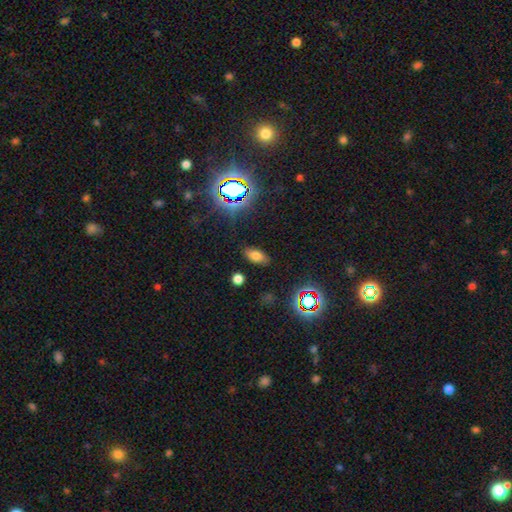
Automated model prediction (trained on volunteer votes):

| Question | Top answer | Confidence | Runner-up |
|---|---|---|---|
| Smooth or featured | smooth | 70% | star or artifact (20%) |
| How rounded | in between | 89% | round (5%) |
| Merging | none | 85% | minor disturbance (10%) |